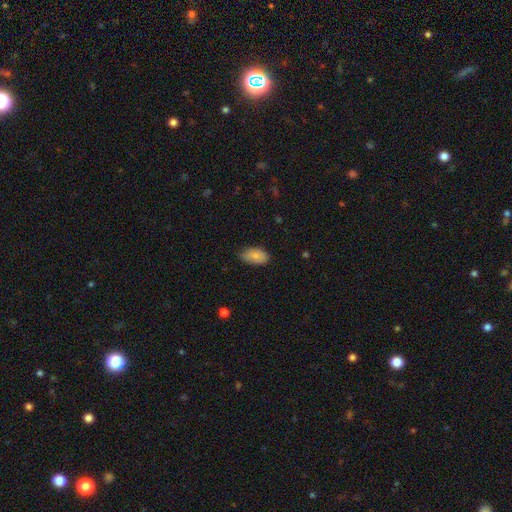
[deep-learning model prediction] Smooth or featured? smooth (86%)
How rounded? in between (93%)
Merging? none (67%)